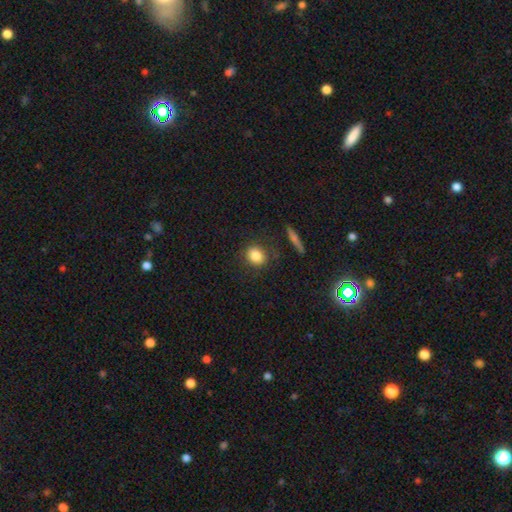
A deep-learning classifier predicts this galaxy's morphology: smooth-or-featured: smooth: 84% | star or artifact: 9% | featured or disk: 7%
  how-rounded: round: 61% | in between: 37% | cigar-shaped: 2%
  merging: none: 83% | minor disturbance: 11% | major disturbance: 3% | merger: 3%